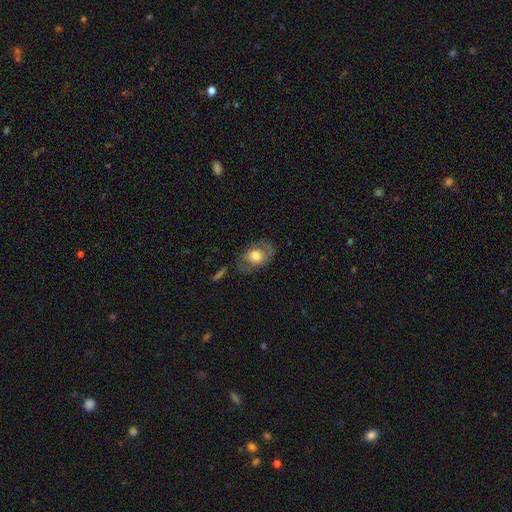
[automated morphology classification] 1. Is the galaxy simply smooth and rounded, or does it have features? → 49% smooth, 44% featured or disk, 7% star or artifact.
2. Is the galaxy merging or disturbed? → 68% none, 19% minor disturbance, 11% major disturbance, 2% merger.